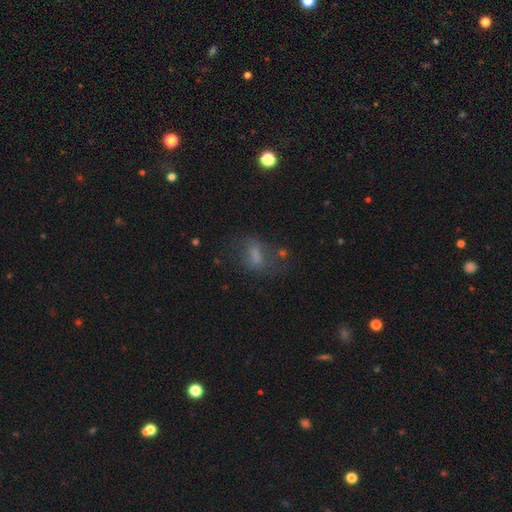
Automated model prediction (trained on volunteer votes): smooth_or_featured: smooth (p=0.54) [alt: featured or disk p=0.28]
how_rounded: in between (p=0.70) [alt: cigar-shaped p=0.15]
merging: none (p=0.45) [alt: major disturbance p=0.26]